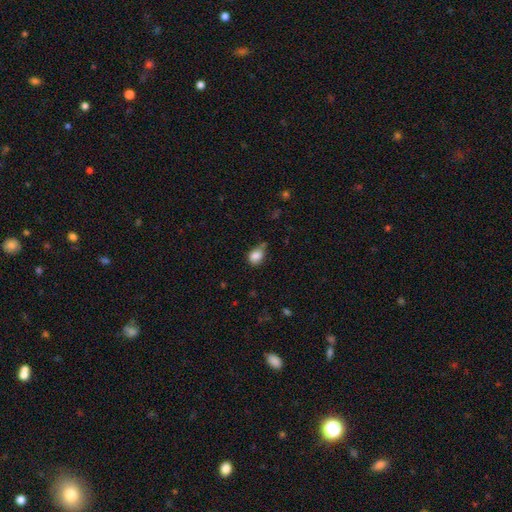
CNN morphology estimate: Overall: smooth (85%). How rounded: in between (62%; round 37%). Merging: none (51%; minor disturbance 33%).